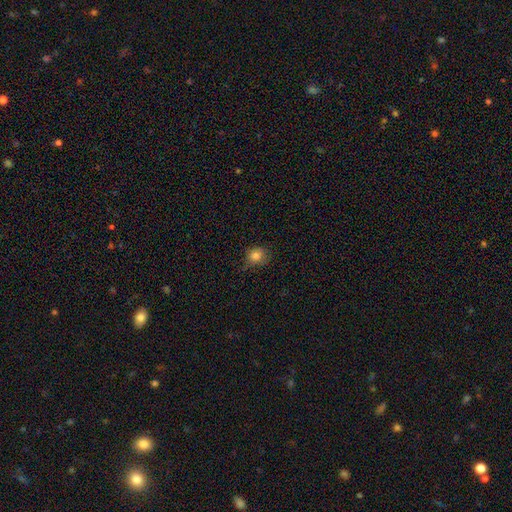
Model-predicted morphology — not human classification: Smooth or featured? smooth (82%)
How rounded? round (77%)
Merging? none (65%)